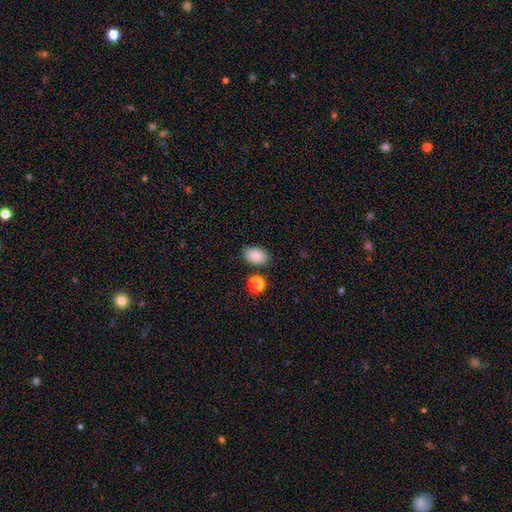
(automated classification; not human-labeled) Q: Smooth or featured?
A: smooth (87%); runner-up: star or artifact (8%)
Q: How rounded?
A: in between (88%); runner-up: round (11%)
Q: Merging?
A: none (83%); runner-up: minor disturbance (10%)